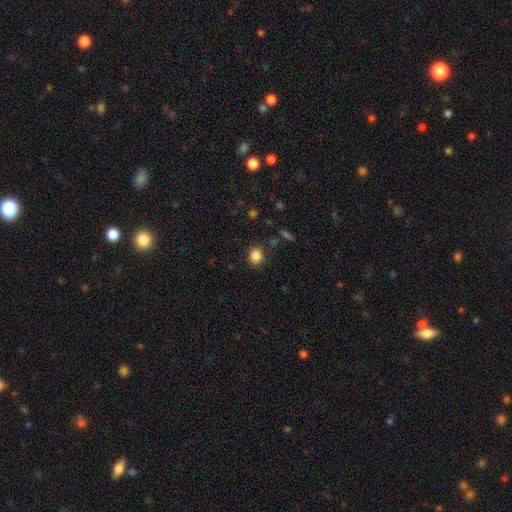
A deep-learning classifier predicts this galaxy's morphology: Overall: smooth (85%). How rounded: round (80%). Merging: none (86%).